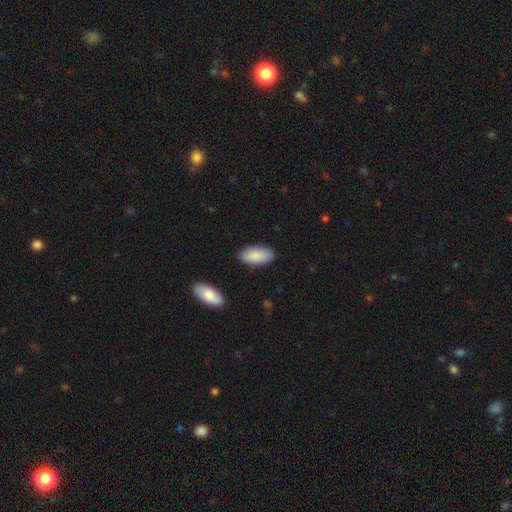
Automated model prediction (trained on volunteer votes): This appears to be a smooth galaxy with no disk features (87%) that is in between round and cigar-shaped (92%). Merging: none (85%).